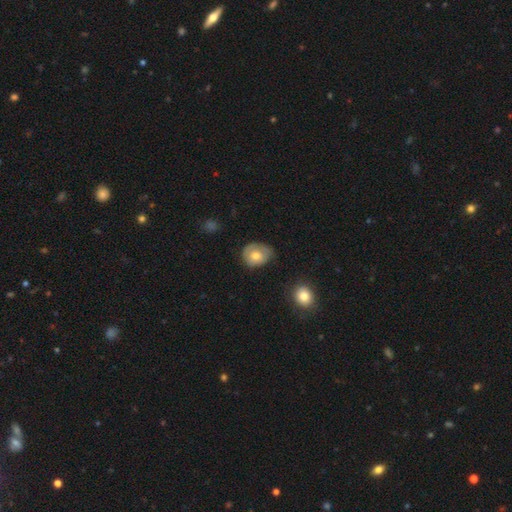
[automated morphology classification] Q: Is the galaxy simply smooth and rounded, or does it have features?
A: smooth — 65%.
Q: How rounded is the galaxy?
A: round — 55%.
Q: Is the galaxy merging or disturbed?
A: none — 51%.